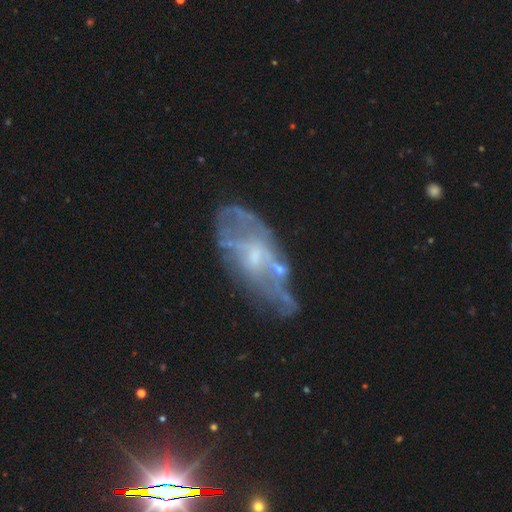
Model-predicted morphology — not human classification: smooth_or_featured: featured or disk (p=0.68) [alt: smooth p=0.23]
disk_edge_on: no (p=0.91) [alt: yes p=0.09]
bar: no (p=0.64) [alt: weak p=0.30]
has_spiral_arms: no (p=0.59) [alt: yes p=0.41]
bulge_size: small (p=0.51) [alt: moderate p=0.27]
merging: none (p=0.44) [alt: minor disturbance p=0.26]